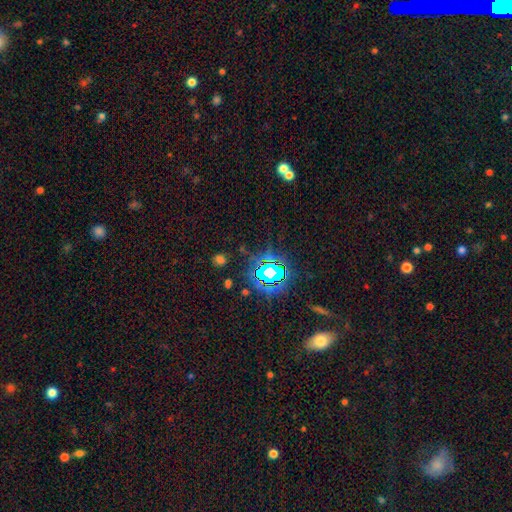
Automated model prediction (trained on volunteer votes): smooth_or_featured: star or artifact (p=0.77) [alt: smooth p=0.14]